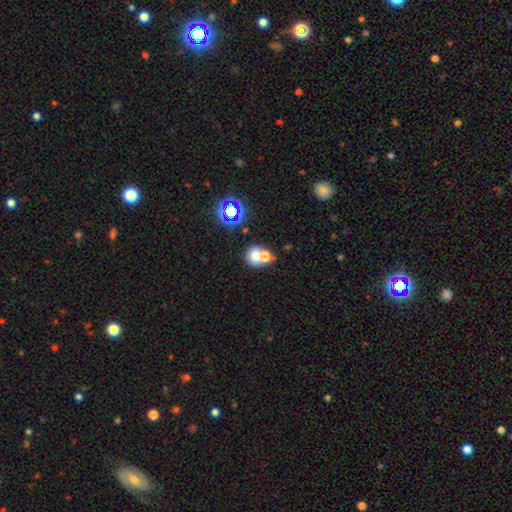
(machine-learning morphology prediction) Q: Smooth or featured?
A: smooth (66%); runner-up: star or artifact (17%)
Q: How rounded?
A: round (73%); runner-up: in between (26%)
Q: Merging?
A: merger (52%); runner-up: none (37%)